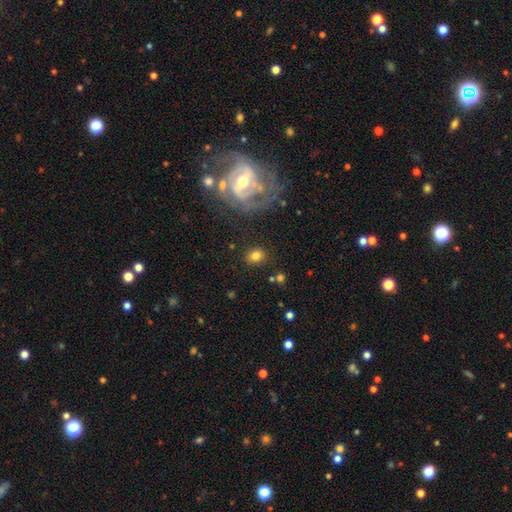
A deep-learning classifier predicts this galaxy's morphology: A smooth galaxy with no disk features (77%) that is round (60%). Merging: none (82%).